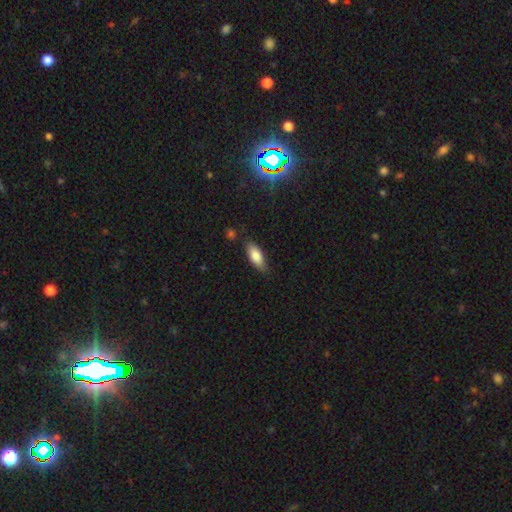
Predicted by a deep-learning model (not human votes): Smooth or featured? Predicted: smooth (p=0.82). How rounded? Predicted: in between (p=0.78). Merging? Predicted: none (p=0.76).